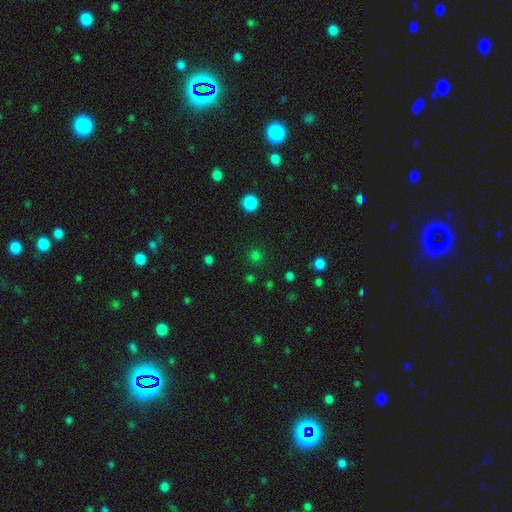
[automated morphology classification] smooth_or_featured: smooth (p=0.73) [alt: star or artifact p=0.23]
how_rounded: round (p=0.92) [alt: in between p=0.07]
merging: none (p=0.86) [alt: minor disturbance p=0.08]